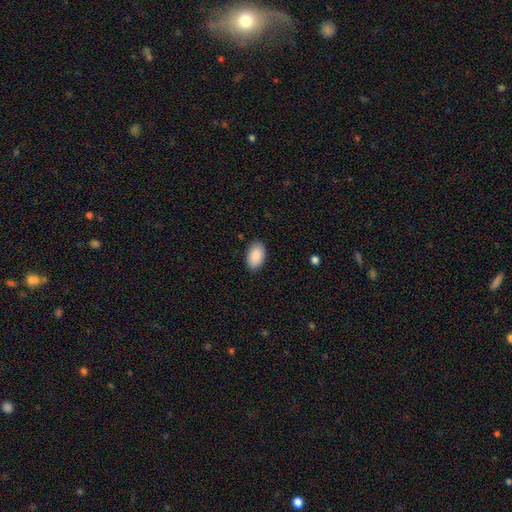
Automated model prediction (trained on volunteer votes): Smooth or featured?
  - smooth: 90% *
  - star or artifact: 6%
  - featured or disk: 4%
How rounded?
  - in between: 94% *
  - round: 5%
  - cigar-shaped: 1%
Merging?
  - none: 88% *
  - minor disturbance: 9%
  - major disturbance: 2%
  - merger: 1%